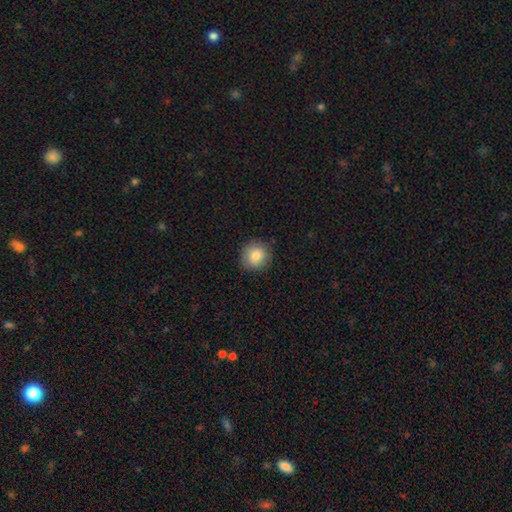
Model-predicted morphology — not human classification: Smooth or featured? Predicted: smooth (p=0.84). How rounded? Predicted: round (p=0.90). Merging? Predicted: none (p=0.87).